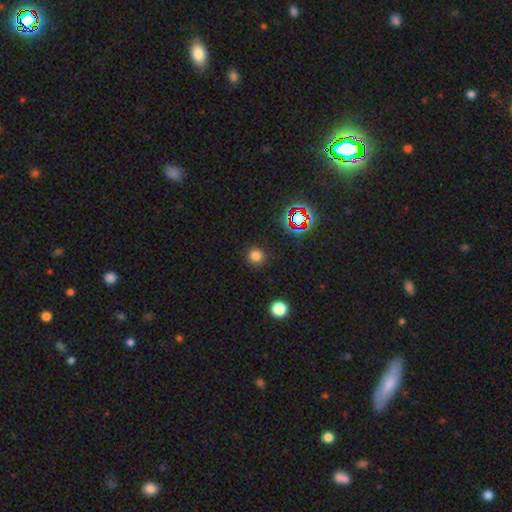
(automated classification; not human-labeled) Q: Smooth or featured?
A: smooth (76%); runner-up: star or artifact (19%)
Q: How rounded?
A: round (93%); runner-up: in between (6%)
Q: Merging?
A: none (89%); runner-up: minor disturbance (7%)